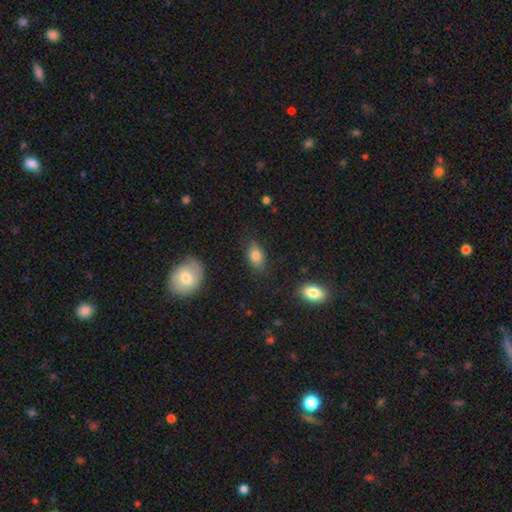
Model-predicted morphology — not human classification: A smooth galaxy with no disk features (78%) that is in between round and cigar-shaped (87%).

Vote fractions:
- Smooth or featured? smooth: 78% / featured or disk: 14% / star or artifact: 9%
- How rounded? in between: 87% / round: 8% / cigar-shaped: 5%
- Merging? none: 80% / minor disturbance: 14% / major disturbance: 3% / merger: 2%